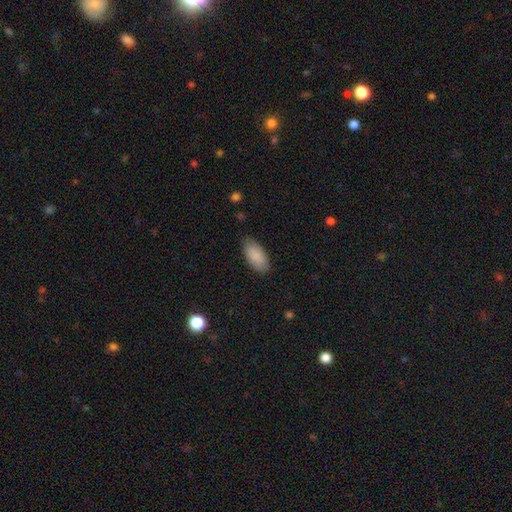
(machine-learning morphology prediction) type=smooth (89%); roundness=in between (93%); merging=none (82%).